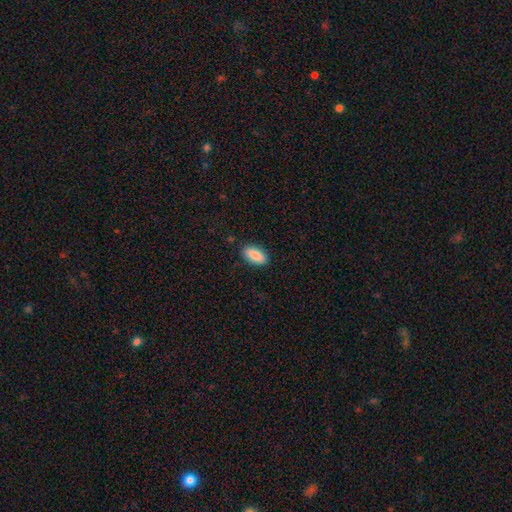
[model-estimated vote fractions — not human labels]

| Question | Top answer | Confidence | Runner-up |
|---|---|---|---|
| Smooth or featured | smooth | 87% | featured or disk (7%) |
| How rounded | in between | 88% | cigar-shaped (9%) |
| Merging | none | 86% | minor disturbance (11%) |